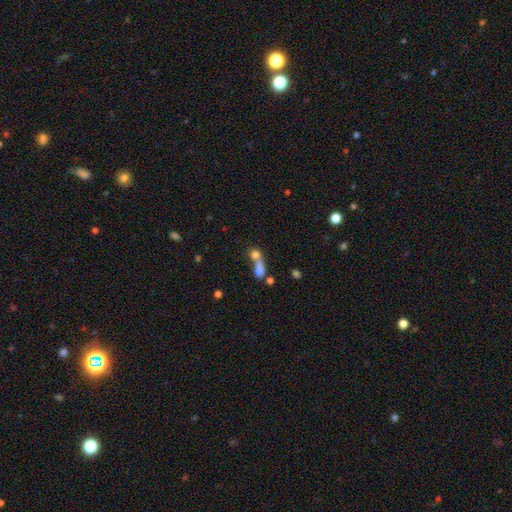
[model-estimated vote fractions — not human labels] Smooth or featured: smooth — 68% (featured or disk — 17%)
How rounded: round — 53% (in between — 36%)
Merging: merger — 59% (none — 26%)